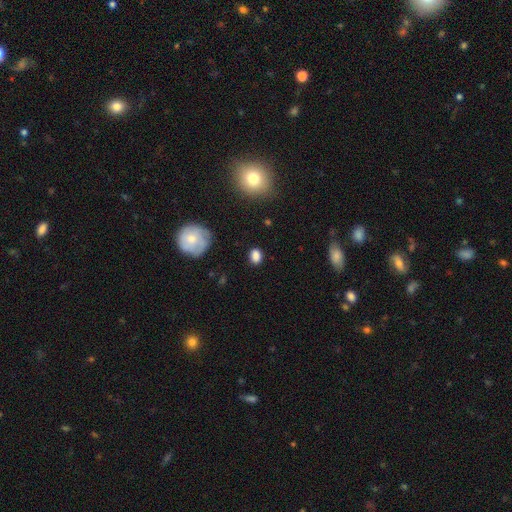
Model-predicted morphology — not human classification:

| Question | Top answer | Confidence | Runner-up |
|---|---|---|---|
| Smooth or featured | smooth | 81% | star or artifact (11%) |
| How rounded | in between | 58% | round (40%) |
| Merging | none | 79% | minor disturbance (14%) |